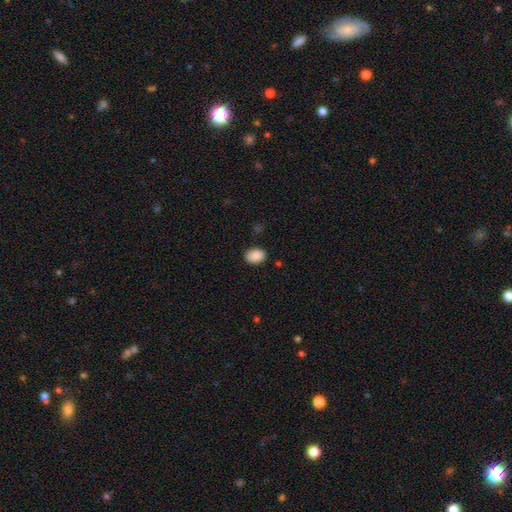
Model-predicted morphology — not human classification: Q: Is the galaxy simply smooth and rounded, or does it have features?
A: smooth — 88%.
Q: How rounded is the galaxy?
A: in between — 79%.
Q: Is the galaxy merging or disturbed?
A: none — 82%.